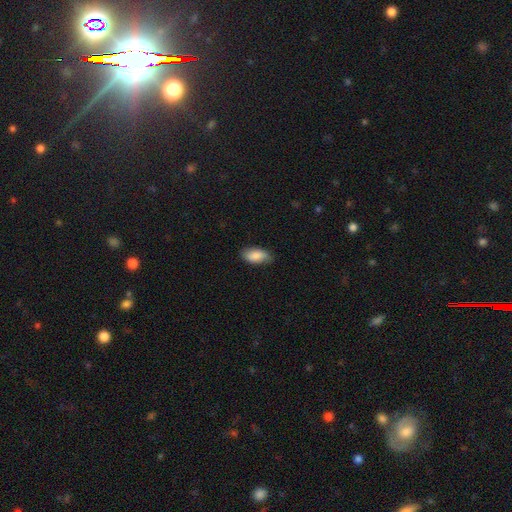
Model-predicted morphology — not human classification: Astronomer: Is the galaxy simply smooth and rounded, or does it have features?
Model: smooth — 86%.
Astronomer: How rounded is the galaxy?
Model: in between — 92%.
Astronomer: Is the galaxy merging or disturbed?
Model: none — 77%.